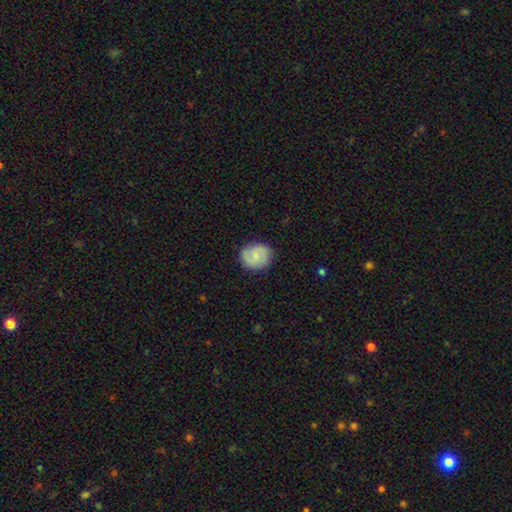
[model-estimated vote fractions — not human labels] The model was most divided on "smooth or featured": smooth: 54%, featured or disk: 39%, star or artifact: 7%. More confident: merging — none (83%); how rounded — round (72%).